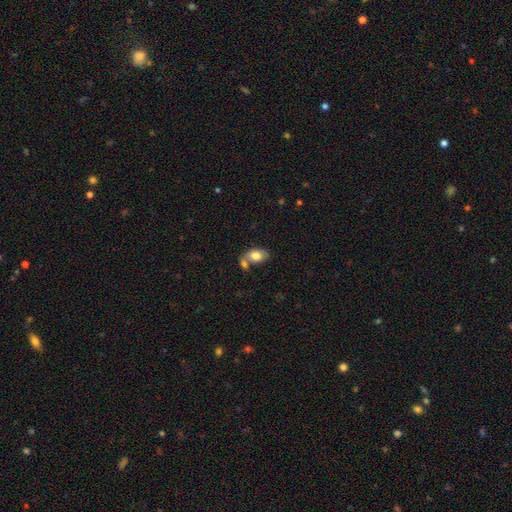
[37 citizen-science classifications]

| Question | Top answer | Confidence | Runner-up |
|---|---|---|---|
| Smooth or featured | smooth | 73% | featured or disk (27%) |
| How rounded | in between | 85% | round (15%) |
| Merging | none | 43% | merger (35%) |